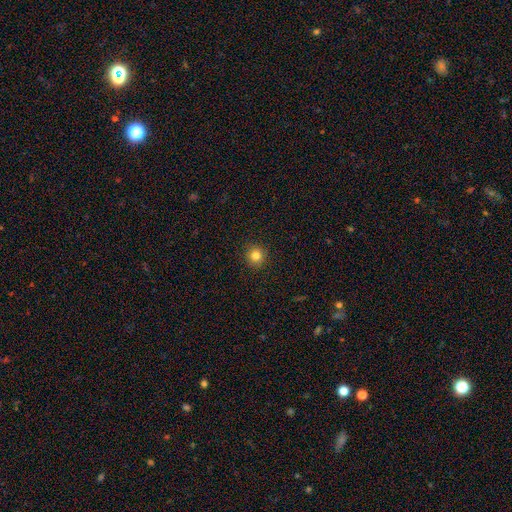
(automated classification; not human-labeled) Smooth or featured?
  - smooth: 81% *
  - star or artifact: 13%
  - featured or disk: 6%
How rounded?
  - round: 94% *
  - in between: 5%
  - cigar-shaped: 1%
Merging?
  - none: 92% *
  - minor disturbance: 5%
  - major disturbance: 2%
  - merger: 1%